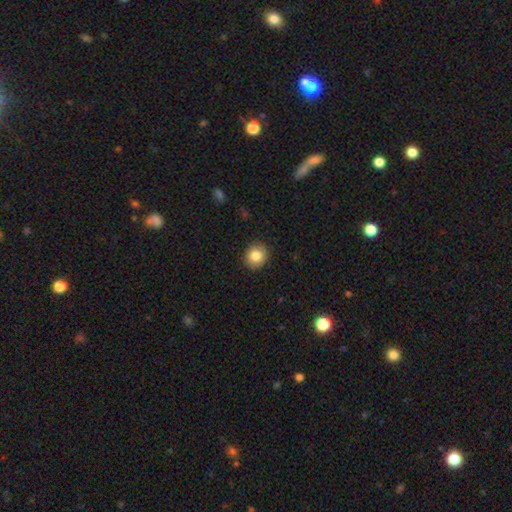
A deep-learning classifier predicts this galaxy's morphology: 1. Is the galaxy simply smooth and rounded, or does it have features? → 84% smooth, 9% star or artifact, 7% featured or disk.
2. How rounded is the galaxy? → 82% round, 17% in between, 1% cigar-shaped.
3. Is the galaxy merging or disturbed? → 90% none, 7% minor disturbance, 2% major disturbance, 1% merger.